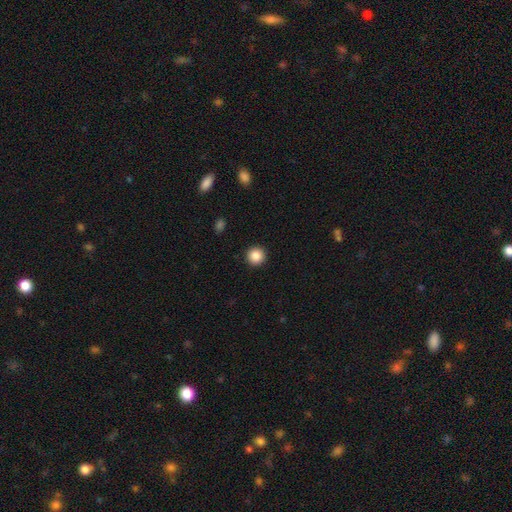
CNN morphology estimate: smooth-or-featured: smooth: 87% | star or artifact: 10% | featured or disk: 4%
  how-rounded: round: 95% | in between: 4% | cigar-shaped: 1%
  merging: none: 93% | minor disturbance: 5% | major disturbance: 2% | merger: 1%